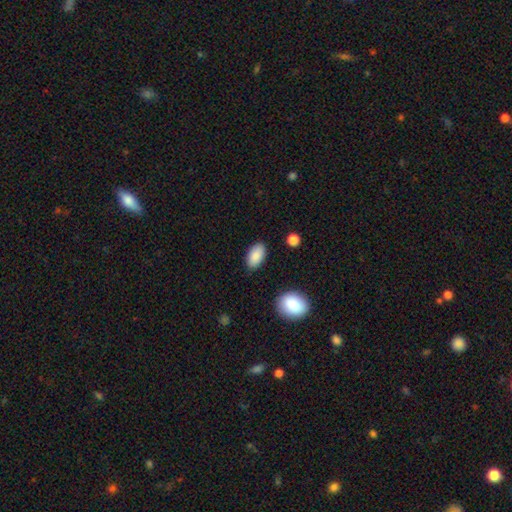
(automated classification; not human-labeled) Q: Smooth or featured?
A: smooth (88%); runner-up: star or artifact (7%)
Q: How rounded?
A: in between (94%); runner-up: round (4%)
Q: Merging?
A: none (85%); runner-up: minor disturbance (10%)